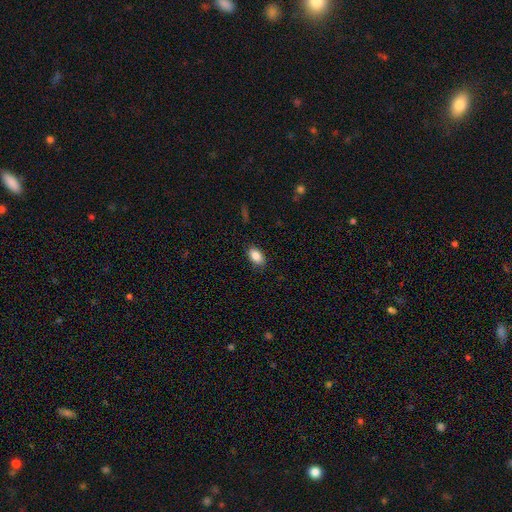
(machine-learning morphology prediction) A smooth galaxy with no disk features (87%) that is in between round and cigar-shaped (90%).

Vote fractions:
- Smooth or featured? smooth: 87% / star or artifact: 8% / featured or disk: 6%
- How rounded? in between: 90% / round: 8% / cigar-shaped: 2%
- Merging? none: 86% / minor disturbance: 11% / major disturbance: 2% / merger: 1%